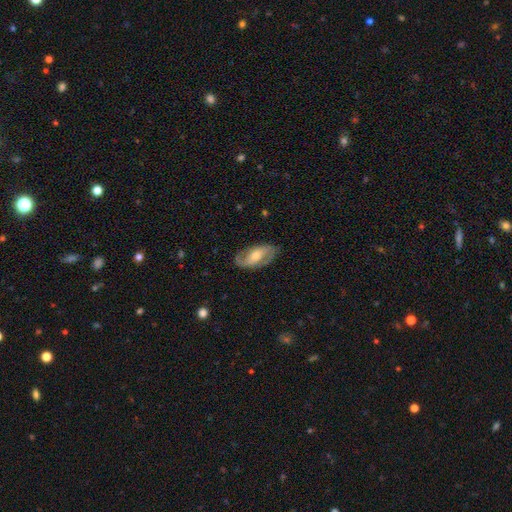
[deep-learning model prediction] Overall: featured or disk (74%). Edge-on disk: no (94%). Bar: weak (42%; no 37%). Spiral arms: yes (89%). Spiral arm count: 2 (87%). Spiral winding: medium (47%; loose 33%). Bulge size: moderate (54%; small 24%). Merging: none (79%).